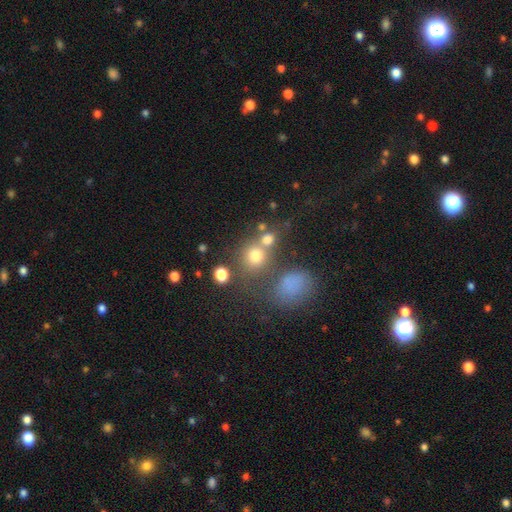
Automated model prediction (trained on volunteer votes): A smooth galaxy with no disk features (70%) that is round (79%). Merging: none (55%).